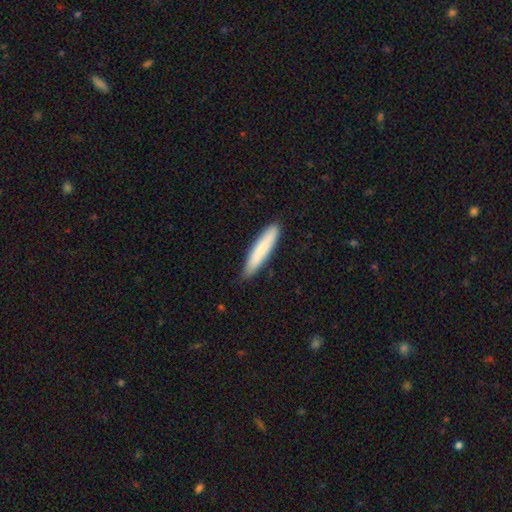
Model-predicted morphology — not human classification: type=smooth (79%); roundness=cigar-shaped (85%); merging=none (83%).